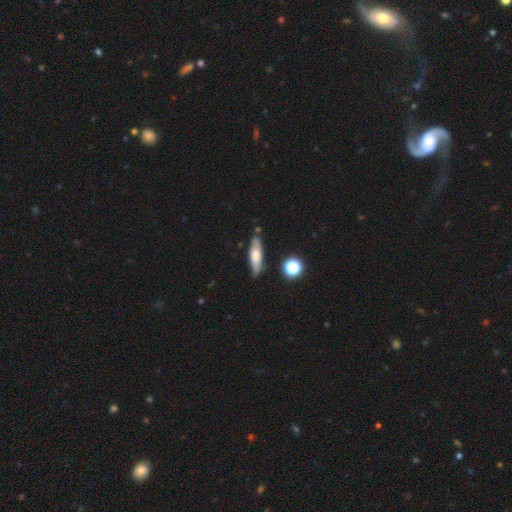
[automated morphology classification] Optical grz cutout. It shows a smooth galaxy with no disk features (57%) that is cigar-shaped (58%). Merging: none (81%).